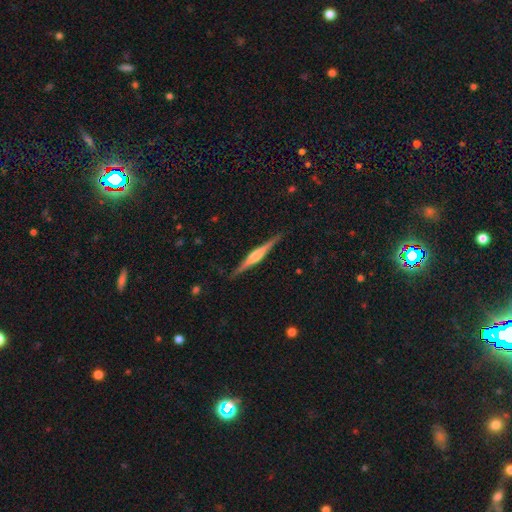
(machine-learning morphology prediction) Q: Smooth or featured?
A: featured or disk (75%); runner-up: smooth (19%)
Q: Edge-on disk?
A: yes (98%); runner-up: no (2%)
Q: Edge-on bulge?
A: rounded (70%); runner-up: boxy (22%)
Q: Merging?
A: none (90%); runner-up: minor disturbance (8%)